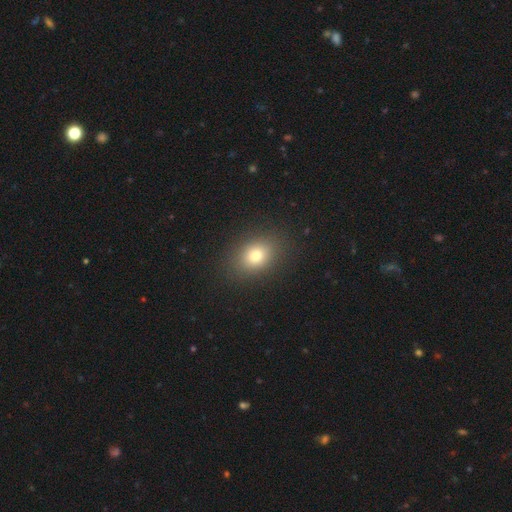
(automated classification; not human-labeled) Smooth or featured: smooth — 76% (star or artifact — 13%)
How rounded: in between — 58% (round — 41%)
Merging: none — 87% (minor disturbance — 8%)